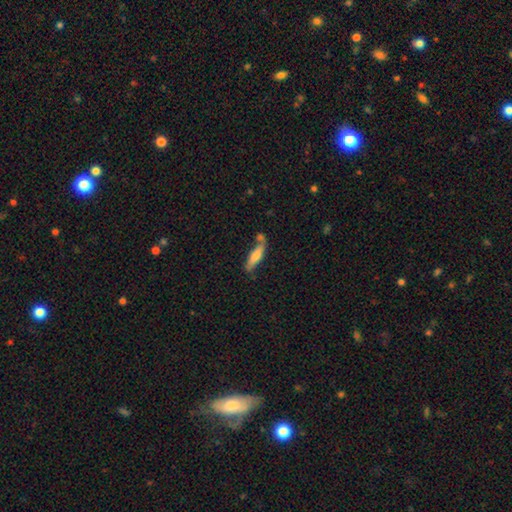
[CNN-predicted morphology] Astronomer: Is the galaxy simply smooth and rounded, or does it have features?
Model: smooth — 65%.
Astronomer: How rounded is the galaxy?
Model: cigar-shaped — 68%.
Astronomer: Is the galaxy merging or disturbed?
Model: none — 57%.